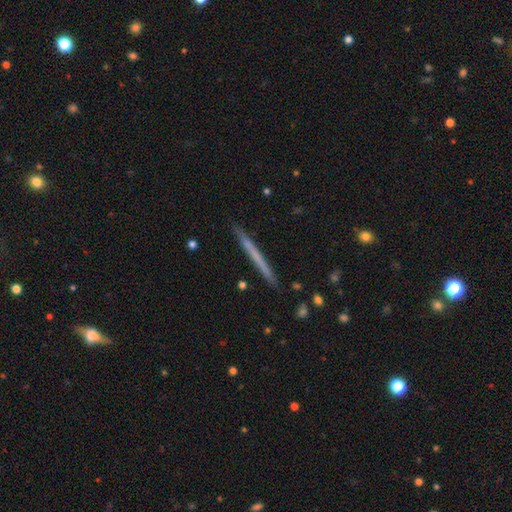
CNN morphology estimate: Smooth or featured? Predicted: smooth (p=0.51). How rounded? Predicted: cigar-shaped (p=0.97). Merging? Predicted: none (p=0.90).